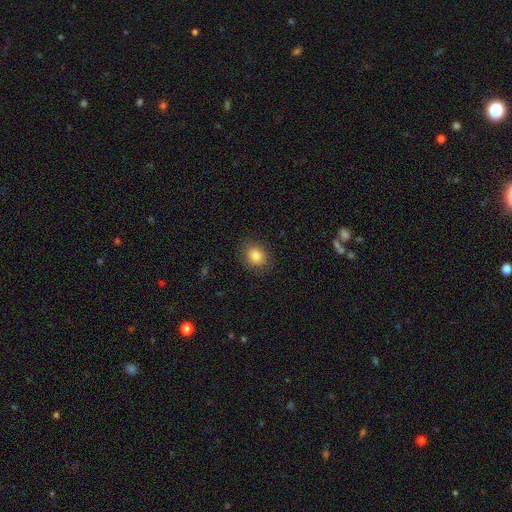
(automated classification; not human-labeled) smooth_or_featured: smooth (p=0.83) [alt: star or artifact p=0.10]
how_rounded: round (p=0.66) [alt: in between p=0.33]
merging: none (p=0.87) [alt: minor disturbance p=0.09]